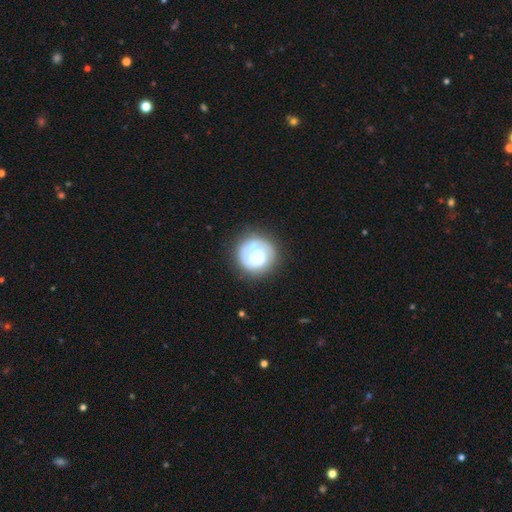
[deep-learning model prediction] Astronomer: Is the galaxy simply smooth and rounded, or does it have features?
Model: smooth — 54% (runner-up: featured or disk, 38%).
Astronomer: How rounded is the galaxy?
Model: round — 90%.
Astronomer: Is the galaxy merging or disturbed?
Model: none — 63%.